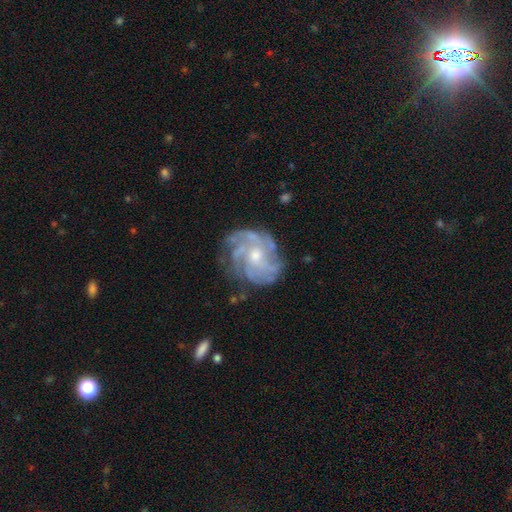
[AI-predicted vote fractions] smooth-or-featured: featured or disk: 85% | smooth: 8% | star or artifact: 7%
  disk-edge-on: no: 98% | yes: 2%
    bar: no: 72% | weak: 24% | strong: 4%
    has-spiral-arms: yes: 94% | no: 6%
      spiral-winding: tight: 55% | medium: 34% | loose: 11%
      spiral-arm-count: can't tell: 31% | 4: 23% | more than 4: 15% | 3: 15% | 2: 9% | 1: 6%
    bulge-size: moderate: 55% | small: 38% | large: 3% | none: 2% | dominant: 1%
  merging: none: 73% | minor disturbance: 17% | major disturbance: 8% | merger: 2%